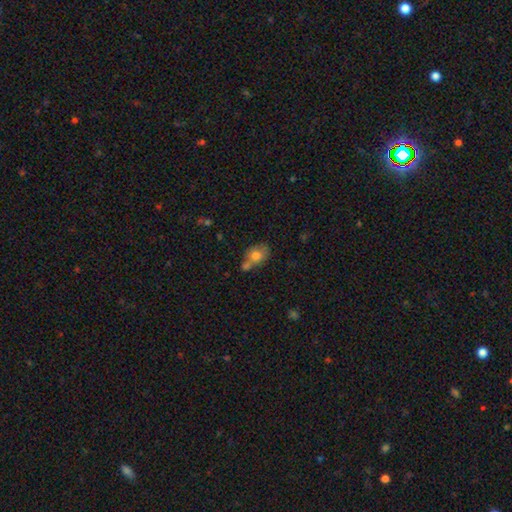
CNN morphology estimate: Q: Smooth or featured?
A: smooth (74%); runner-up: featured or disk (17%)
Q: How rounded?
A: in between (63%); runner-up: round (35%)
Q: Merging?
A: none (41%); runner-up: merger (36%)